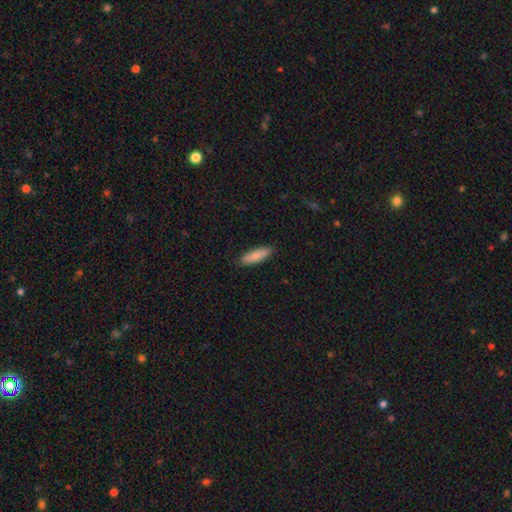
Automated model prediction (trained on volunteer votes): This is clearly a smooth galaxy (87%). How rounded: possibly cigar-shaped (52%). Merging: clearly none (88%).